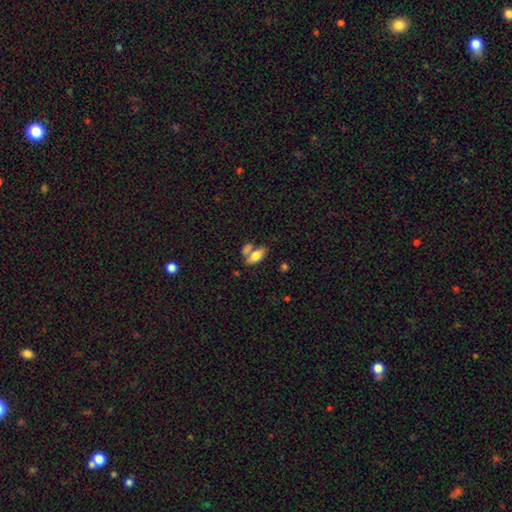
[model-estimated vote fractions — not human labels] Overall: smooth (75%). How rounded: in between (83%). Merging: none (49%; merger 34%).